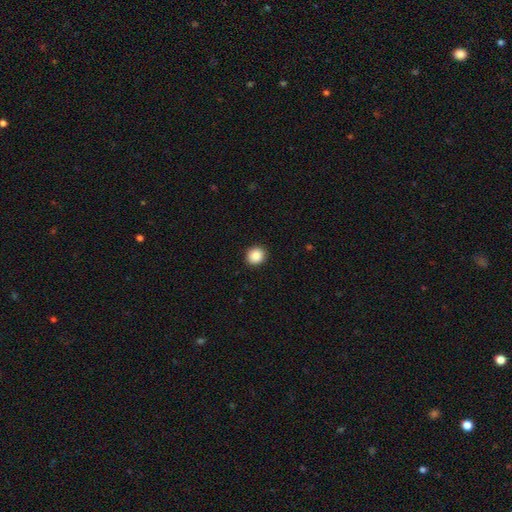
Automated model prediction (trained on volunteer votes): This is clearly a smooth galaxy (87%). How rounded: clearly round (86%). Merging: clearly none (92%).